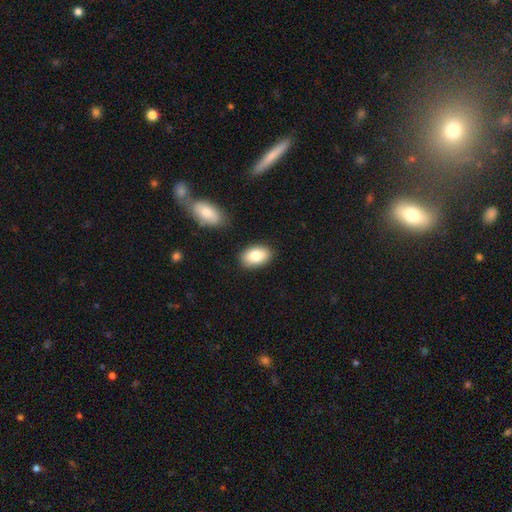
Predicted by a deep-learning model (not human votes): smooth-or-featured: smooth: 82% | featured or disk: 11% | star or artifact: 7%
  how-rounded: in between: 91% | round: 8% | cigar-shaped: 1%
  merging: none: 86% | minor disturbance: 10% | merger: 3% | major disturbance: 2%